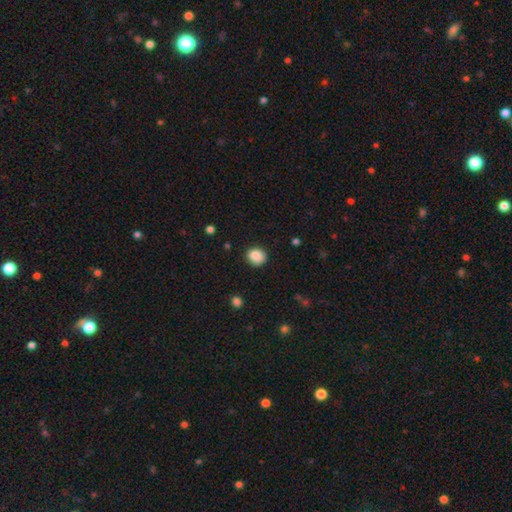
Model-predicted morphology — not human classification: smooth-or-featured: smooth: 87% | star or artifact: 9% | featured or disk: 4%
  how-rounded: round: 73% | in between: 26% | cigar-shaped: 1%
  merging: none: 86% | minor disturbance: 10% | major disturbance: 3% | merger: 1%